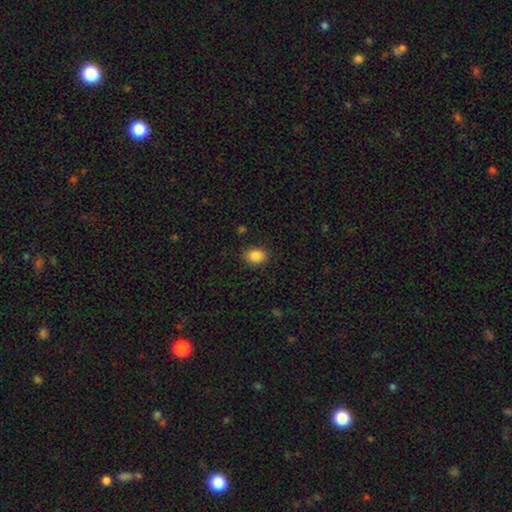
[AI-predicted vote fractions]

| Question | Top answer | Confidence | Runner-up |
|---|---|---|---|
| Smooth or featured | smooth | 87% | star or artifact (9%) |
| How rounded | in between | 65% | round (34%) |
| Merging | none | 86% | minor disturbance (10%) |